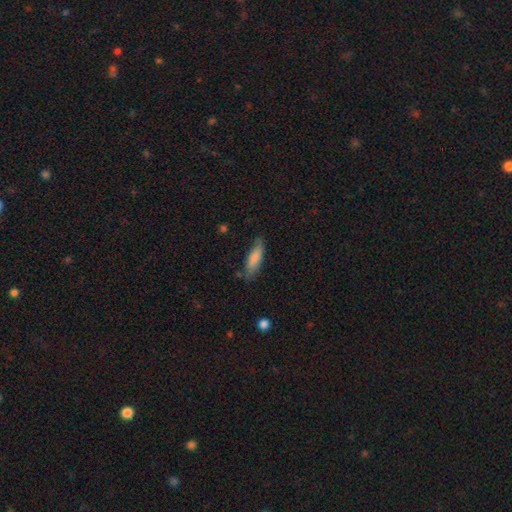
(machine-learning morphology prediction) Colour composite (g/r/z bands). It shows a smooth galaxy with no disk features (79%) that is cigar-shaped (54%). Merging: none (68%).